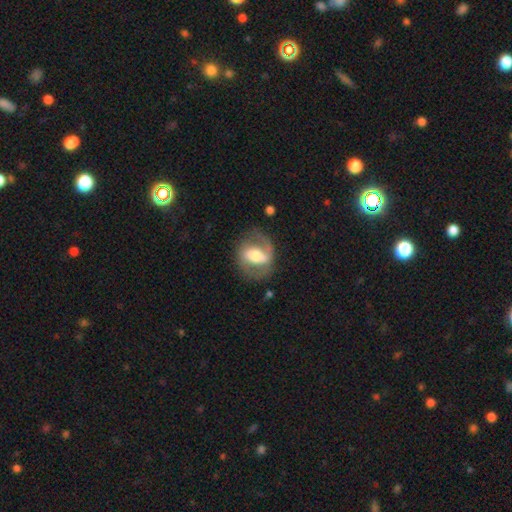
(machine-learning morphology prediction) featured or disk 68%, smooth 25%, star or artifact 6%. Down the decision tree: edge-on disk — no (95%); bar — strong (47%); spiral arms — yes (72%); bulge size — moderate (54%); merging — none (70%).